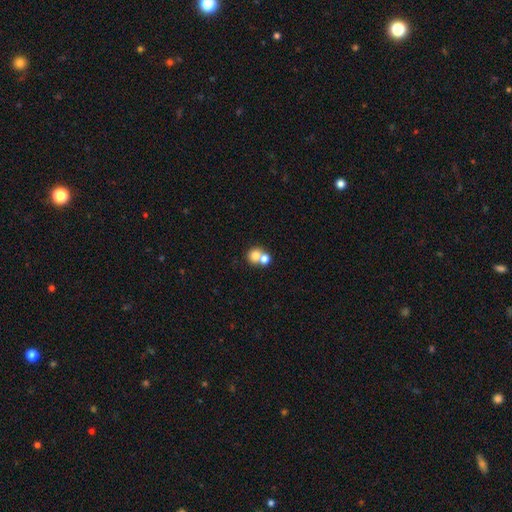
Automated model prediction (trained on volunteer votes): Q: Smooth or featured?
A: smooth (75%); runner-up: featured or disk (15%)
Q: How rounded?
A: round (81%); runner-up: in between (18%)
Q: Merging?
A: merger (58%); runner-up: none (34%)